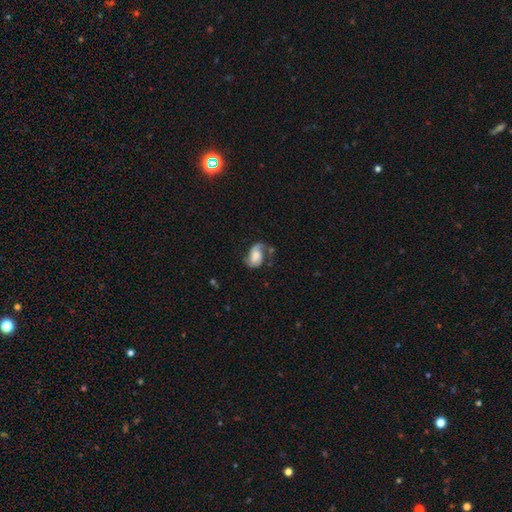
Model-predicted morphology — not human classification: smooth_or_featured: featured or disk (p=0.71) [alt: smooth p=0.21]
disk_edge_on: no (p=0.98) [alt: yes p=0.02]
bar: no (p=0.55) [alt: weak p=0.34]
has_spiral_arms: yes (p=0.93) [alt: no p=0.07]
spiral_winding: medium (p=0.42) [alt: loose p=0.39]
spiral_arm_count: 2 (p=0.79) [alt: 1 p=0.14]
bulge_size: large (p=0.30) [alt: moderate p=0.25]
merging: none (p=0.50) [alt: minor disturbance p=0.24]